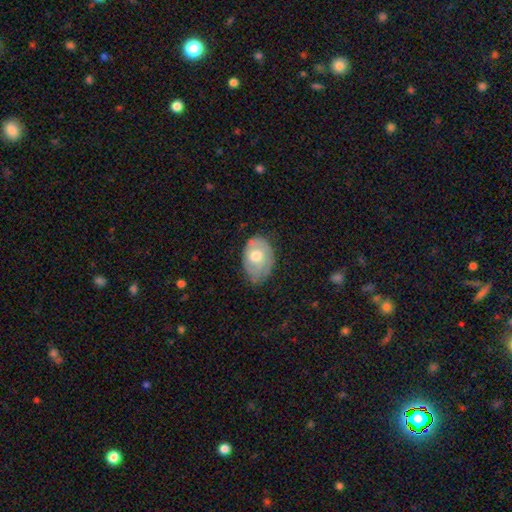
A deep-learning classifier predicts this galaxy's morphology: Smooth or featured: smooth — 51% (featured or disk — 43%)
How rounded: in between — 81% (round — 18%)
Merging: none — 52% (minor disturbance — 36%)